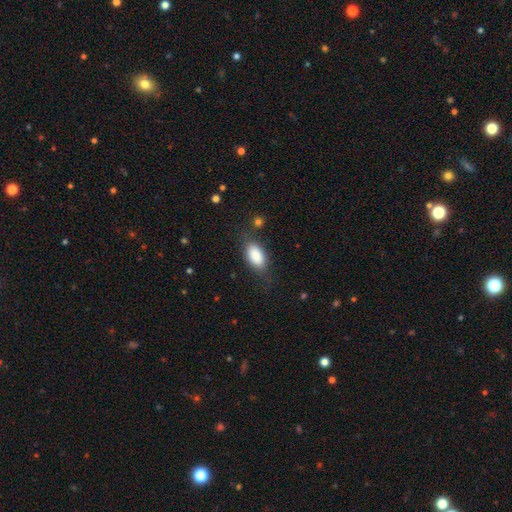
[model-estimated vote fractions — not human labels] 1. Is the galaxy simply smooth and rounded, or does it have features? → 86% smooth, 7% featured or disk, 7% star or artifact.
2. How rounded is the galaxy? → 91% in between, 5% cigar-shaped, 4% round.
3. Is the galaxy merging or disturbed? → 71% none, 19% minor disturbance, 7% major disturbance, 3% merger.